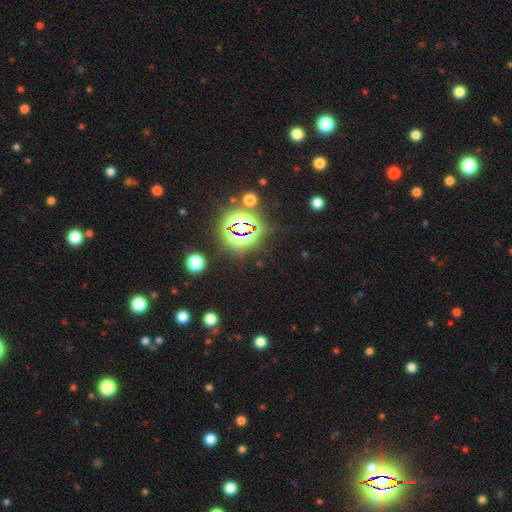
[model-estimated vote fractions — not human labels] smooth_or_featured: star or artifact (p=0.81) [alt: smooth p=0.11]